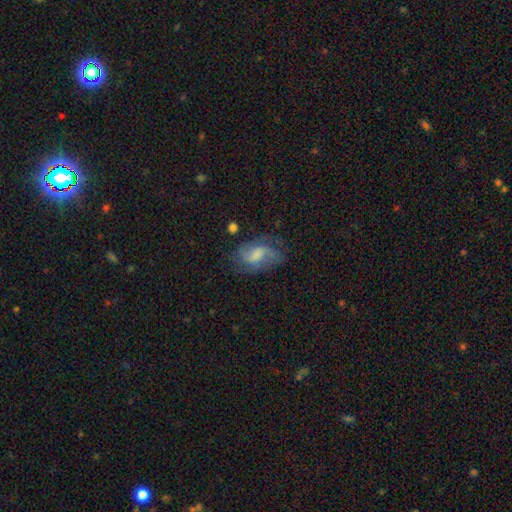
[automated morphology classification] Smooth or featured? Predicted: featured or disk (p=0.65). Edge-on disk? Predicted: no (p=0.96). Bar? Predicted: weak (p=0.49). Spiral arms? Predicted: yes (p=0.90). Spiral winding? Predicted: medium (p=0.46). Spiral arm count? Predicted: 2 (p=0.63). Bulge size? Predicted: moderate (p=0.38). Merging? Predicted: none (p=0.65).